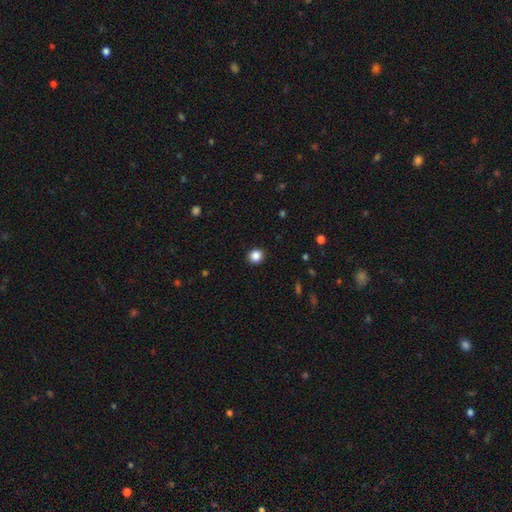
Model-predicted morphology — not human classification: Smooth or featured? Predicted: smooth (p=0.86). How rounded? Predicted: round (p=0.90). Merging? Predicted: none (p=0.92).